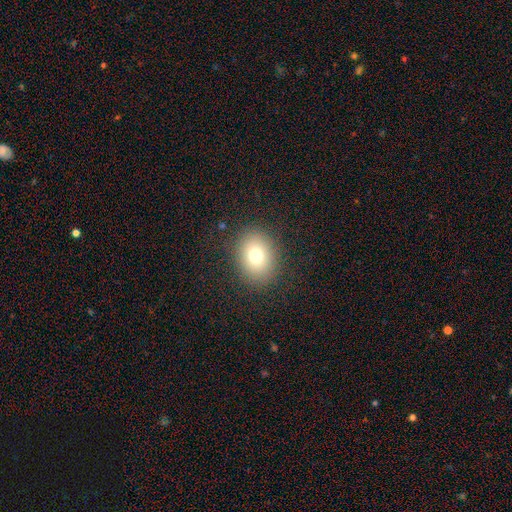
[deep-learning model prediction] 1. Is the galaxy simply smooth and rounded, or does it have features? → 74% smooth, 14% star or artifact, 12% featured or disk.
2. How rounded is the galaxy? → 52% round, 47% in between, 1% cigar-shaped.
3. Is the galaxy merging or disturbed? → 87% none, 8% minor disturbance, 4% major disturbance, 1% merger.